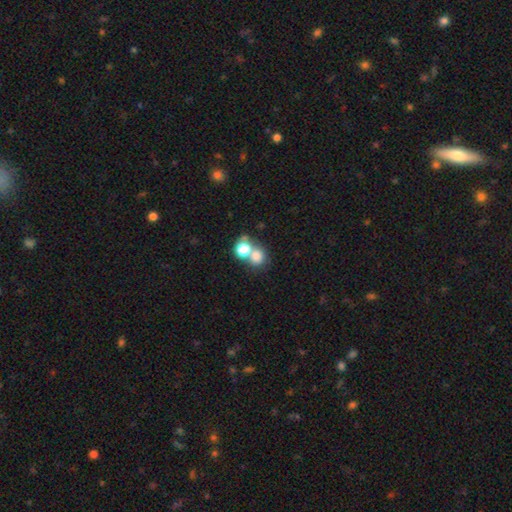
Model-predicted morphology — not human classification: smooth_or_featured: smooth (p=0.73) [alt: star or artifact p=0.15]
how_rounded: round (p=0.74) [alt: in between p=0.25]
merging: merger (p=0.49) [alt: none p=0.39]